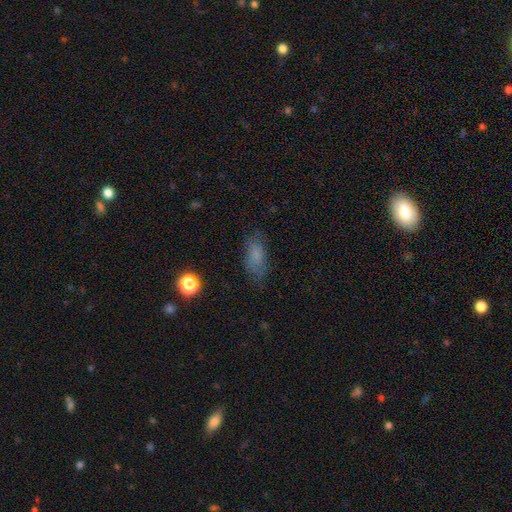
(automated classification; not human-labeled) smooth 73%, featured or disk 15%, star or artifact 12%. Down the decision tree: how rounded — in between (83%); merging — none (74%).